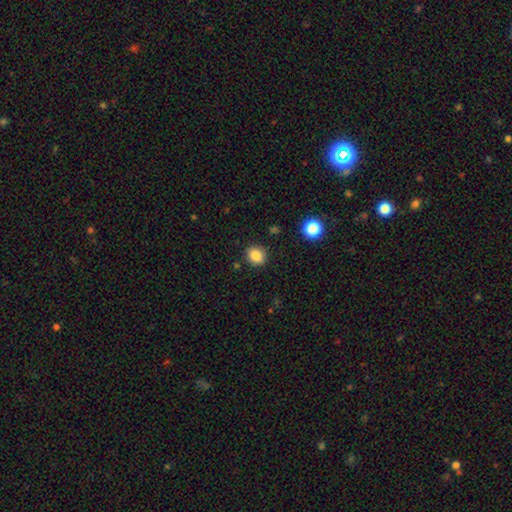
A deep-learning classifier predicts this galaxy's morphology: Smooth or featured?
  - smooth: 85% *
  - star or artifact: 11%
  - featured or disk: 5%
How rounded?
  - round: 71% *
  - in between: 28%
  - cigar-shaped: 1%
Merging?
  - none: 87% *
  - minor disturbance: 9%
  - major disturbance: 3%
  - merger: 2%